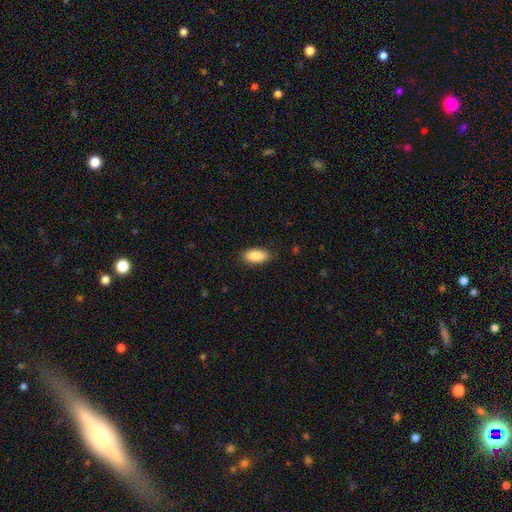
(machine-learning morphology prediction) The model was most divided on "merging": none: 86%, minor disturbance: 10%, major disturbance: 2%, merger: 1%. More confident: how rounded — in between (89%); smooth or featured — smooth (88%).